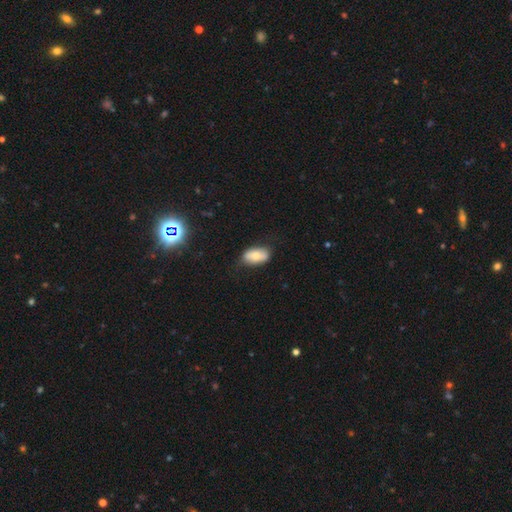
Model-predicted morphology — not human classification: Smooth or featured: smooth — 70% (featured or disk — 22%)
How rounded: in between — 92% (round — 5%)
Merging: none — 71% (minor disturbance — 23%)